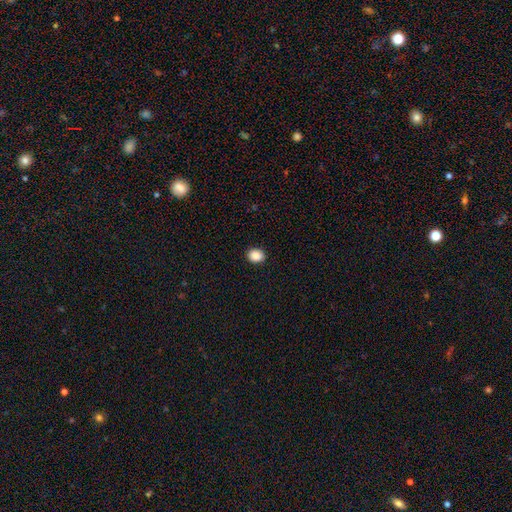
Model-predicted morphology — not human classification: smooth_or_featured: smooth (p=0.89) [alt: star or artifact p=0.09]
how_rounded: round (p=0.54) [alt: in between p=0.45]
merging: none (p=0.91) [alt: minor disturbance p=0.07]